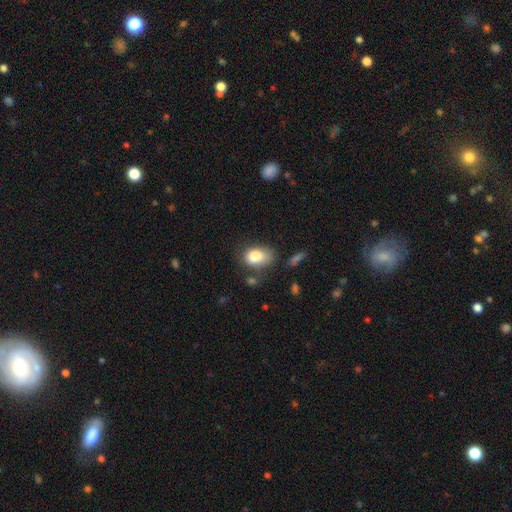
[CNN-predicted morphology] Smooth or featured? smooth (82%)
How rounded? in between (81%)
Merging? none (51%)